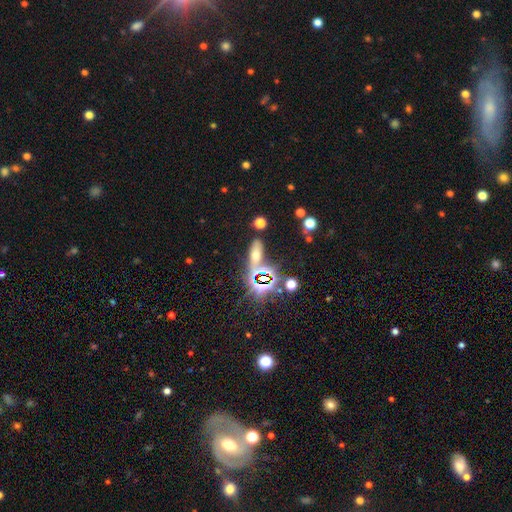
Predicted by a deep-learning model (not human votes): smooth-or-featured: smooth: 41% | star or artifact: 39% | featured or disk: 20%
  merging: none: 65% | minor disturbance: 14% | merger: 13% | major disturbance: 7%